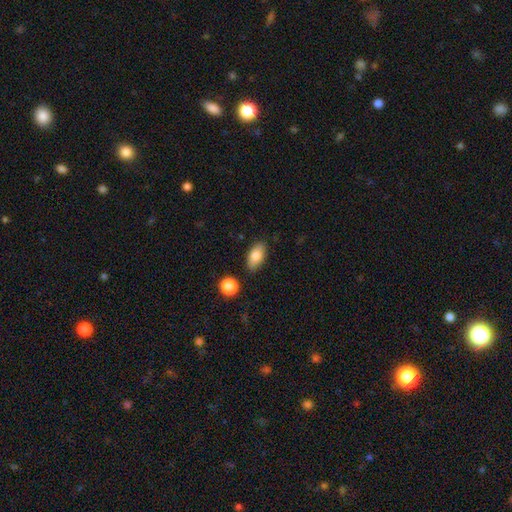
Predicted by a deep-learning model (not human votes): smooth-or-featured: smooth: 81% | featured or disk: 12% | star or artifact: 7%
  how-rounded: in between: 89% | round: 6% | cigar-shaped: 5%
  merging: none: 84% | minor disturbance: 11% | merger: 3% | major disturbance: 2%